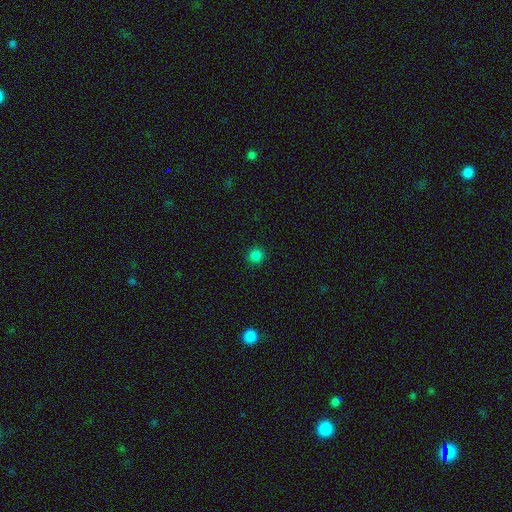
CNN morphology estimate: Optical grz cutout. It shows a smooth galaxy with no disk features (83%) that is round (95%). Merging: none (92%).